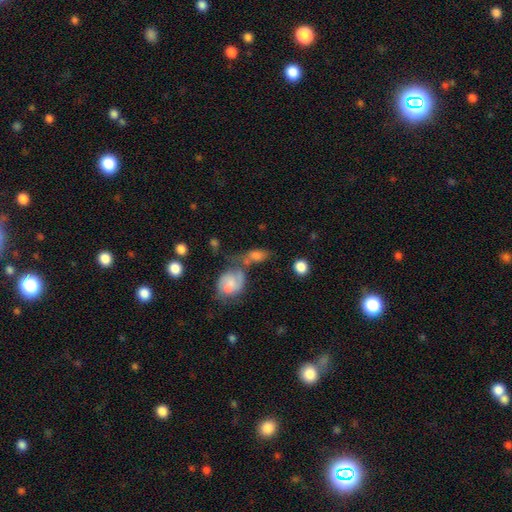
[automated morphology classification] Smooth or featured? smooth (58%)
How rounded? in between (73%)
Merging? merger (40%)